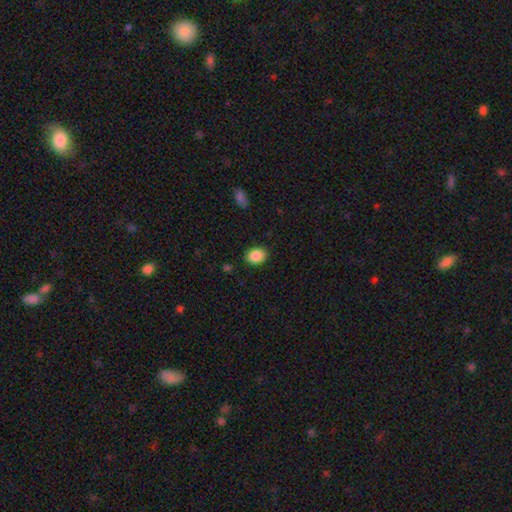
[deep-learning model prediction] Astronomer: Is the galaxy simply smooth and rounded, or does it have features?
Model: smooth — 88%.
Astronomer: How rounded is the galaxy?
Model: in between — 61% (runner-up: round, 38%).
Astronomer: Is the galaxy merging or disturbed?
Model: none — 88%.